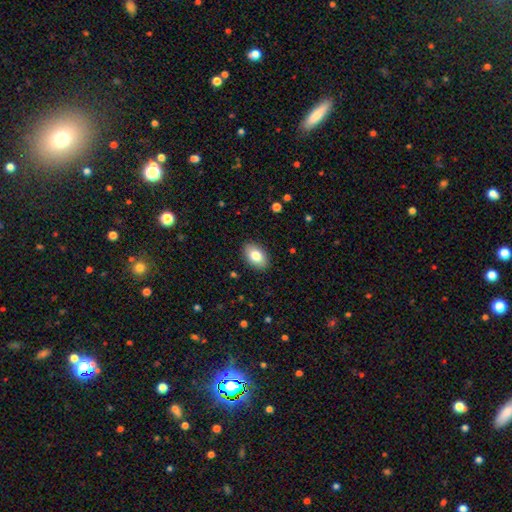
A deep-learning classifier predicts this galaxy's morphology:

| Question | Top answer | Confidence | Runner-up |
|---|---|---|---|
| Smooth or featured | smooth | 82% | featured or disk (11%) |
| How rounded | in between | 91% | round (7%) |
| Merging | none | 89% | minor disturbance (8%) |